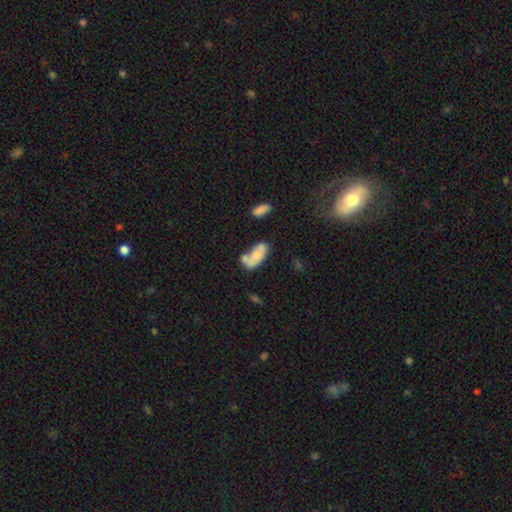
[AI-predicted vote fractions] Smooth or featured: smooth — 66% (featured or disk — 26%)
How rounded: in between — 87% (cigar-shaped — 10%)
Merging: merger — 36% (none — 32%)